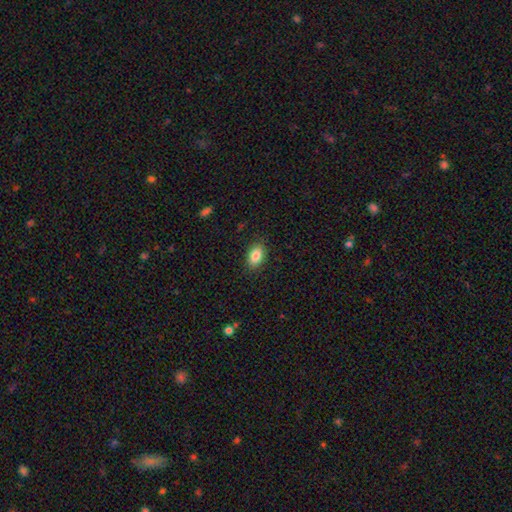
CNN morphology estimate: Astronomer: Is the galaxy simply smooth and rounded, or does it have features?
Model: smooth — 85%.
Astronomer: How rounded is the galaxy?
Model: in between — 86%.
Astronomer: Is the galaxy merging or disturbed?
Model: none — 87%.